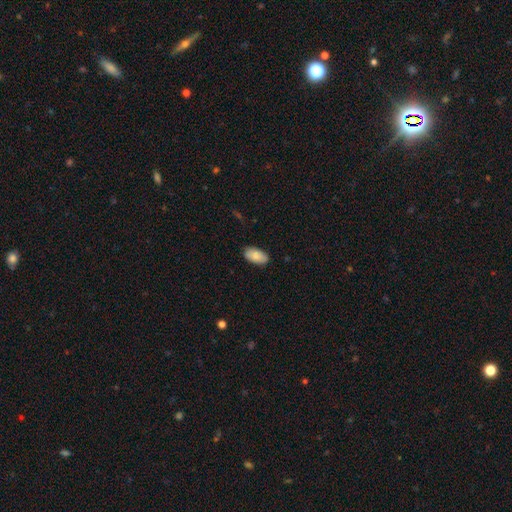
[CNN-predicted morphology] Smooth or featured? Predicted: smooth (p=0.86). How rounded? Predicted: in between (p=0.95). Merging? Predicted: none (p=0.85).